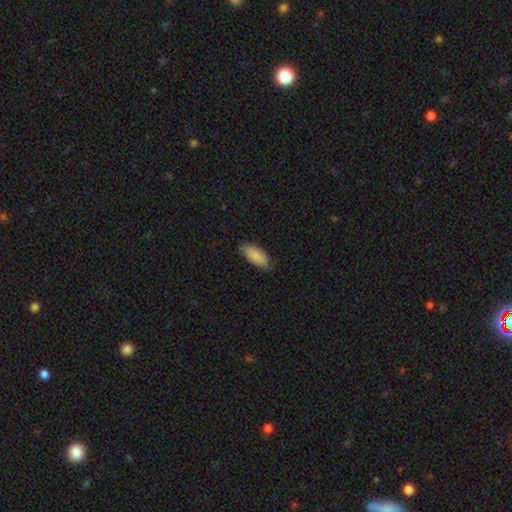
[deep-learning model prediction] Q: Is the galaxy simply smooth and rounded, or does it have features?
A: smooth — 89%.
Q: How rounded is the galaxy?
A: in between — 83%.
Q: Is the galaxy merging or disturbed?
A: none — 83%.